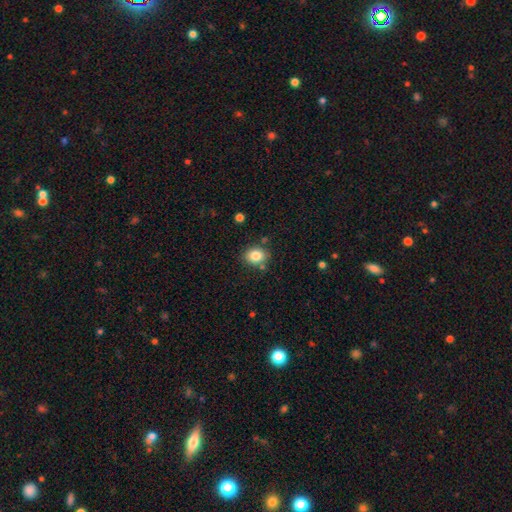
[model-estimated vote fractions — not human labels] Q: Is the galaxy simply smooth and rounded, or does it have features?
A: smooth — 82%.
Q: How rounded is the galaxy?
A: round — 55%.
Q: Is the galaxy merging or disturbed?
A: none — 81%.